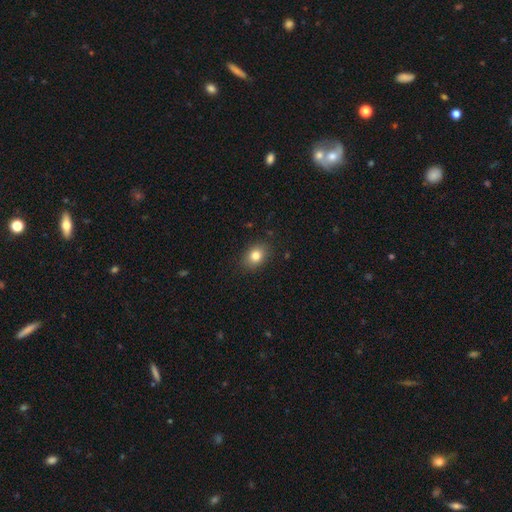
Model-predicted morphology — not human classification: Overall: smooth (82%). How rounded: in between (62%; round 37%). Merging: none (87%).